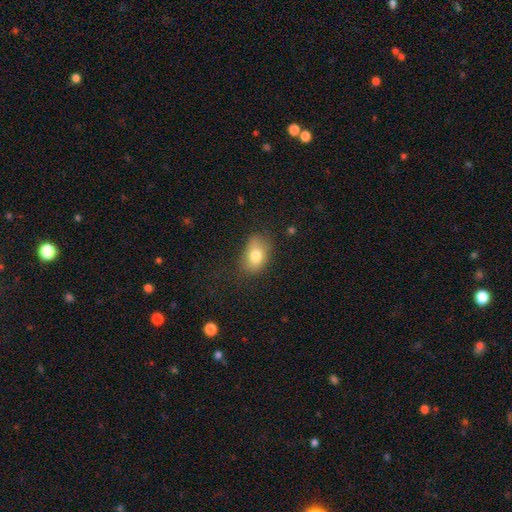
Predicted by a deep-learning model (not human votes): Q: Smooth or featured?
A: smooth (78%); runner-up: featured or disk (13%)
Q: How rounded?
A: in between (84%); runner-up: round (14%)
Q: Merging?
A: none (68%); runner-up: minor disturbance (22%)